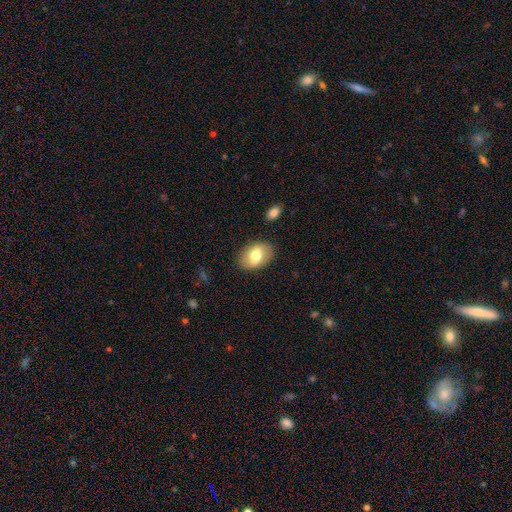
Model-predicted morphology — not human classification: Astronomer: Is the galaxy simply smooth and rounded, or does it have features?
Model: smooth — 69%.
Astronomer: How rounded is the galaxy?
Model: in between — 81%.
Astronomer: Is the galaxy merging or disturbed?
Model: none — 86%.